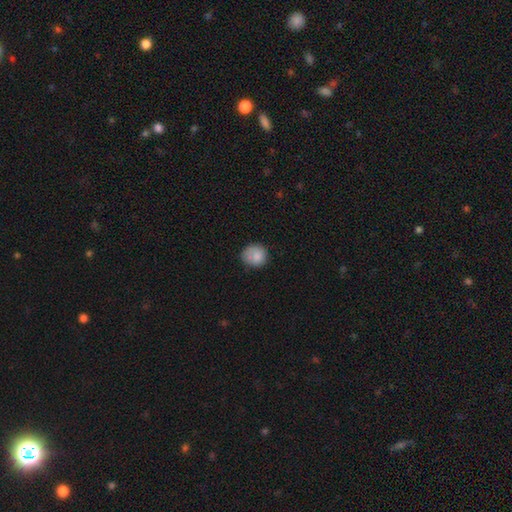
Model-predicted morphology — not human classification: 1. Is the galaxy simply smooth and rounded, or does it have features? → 82% smooth, 9% featured or disk, 9% star or artifact.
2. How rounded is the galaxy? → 84% round, 15% in between, 1% cigar-shaped.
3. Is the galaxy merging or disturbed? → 67% none, 23% minor disturbance, 7% major disturbance, 3% merger.